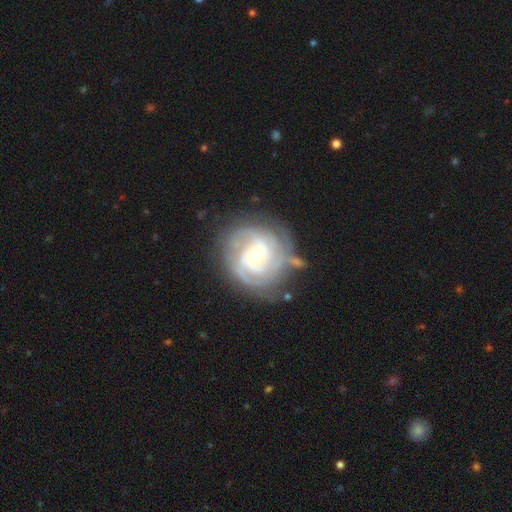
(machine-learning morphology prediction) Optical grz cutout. It shows a featured or disk galaxy (81%) with no bar (45%), tight (72%) spiral arms (95%) and a moderate central bulge (55%). Merging: none (77%).